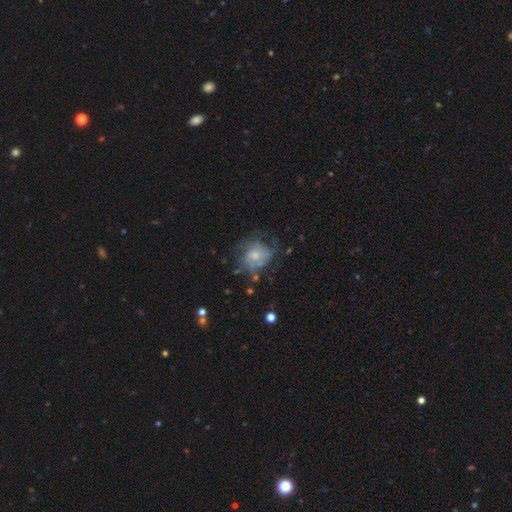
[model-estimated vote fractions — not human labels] Overall: featured or disk (65%; smooth 25%). Edge-on disk: no (98%). Bar: no (77%). Spiral arms: yes (73%). Bulge size: moderate (45%; small 43%). Merging: none (50%; minor disturbance 24%).